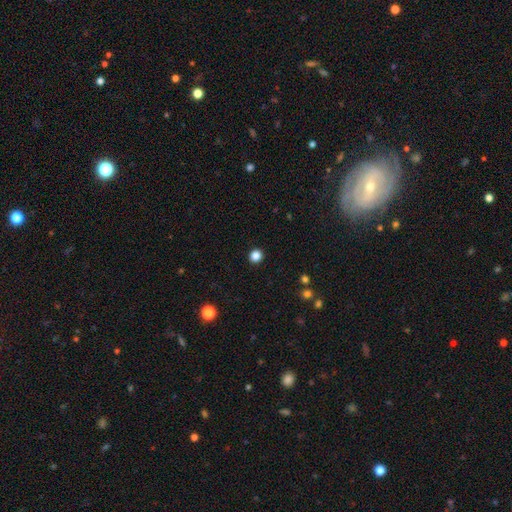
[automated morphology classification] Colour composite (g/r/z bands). It shows a smooth galaxy with no disk features (85%) that is round (91%). Merging: none (93%).